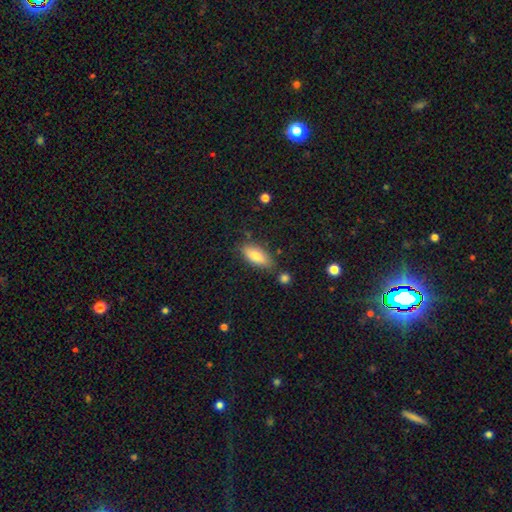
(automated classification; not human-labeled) smooth_or_featured: smooth (p=0.79) [alt: featured or disk p=0.14]
how_rounded: in between (p=0.79) [alt: cigar-shaped p=0.18]
merging: none (p=0.74) [alt: minor disturbance p=0.17]